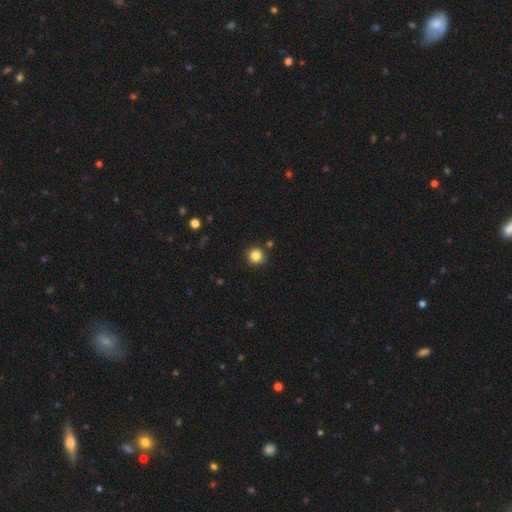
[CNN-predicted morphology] This is clearly a smooth galaxy (84%). How rounded: clearly round (94%). Merging: clearly none (87%).